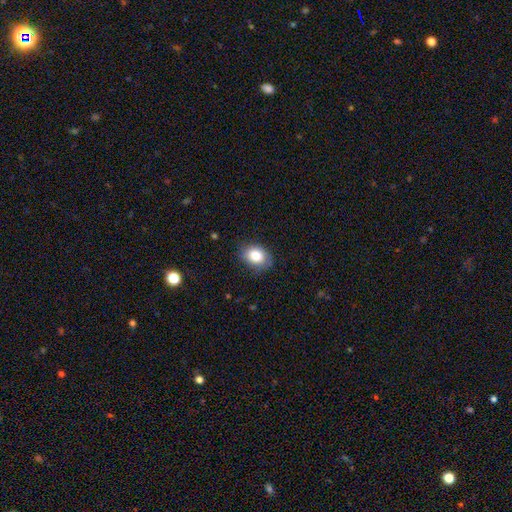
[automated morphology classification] A smooth galaxy with no disk features (84%) that is in between round and cigar-shaped (71%). Merging: none (75%).